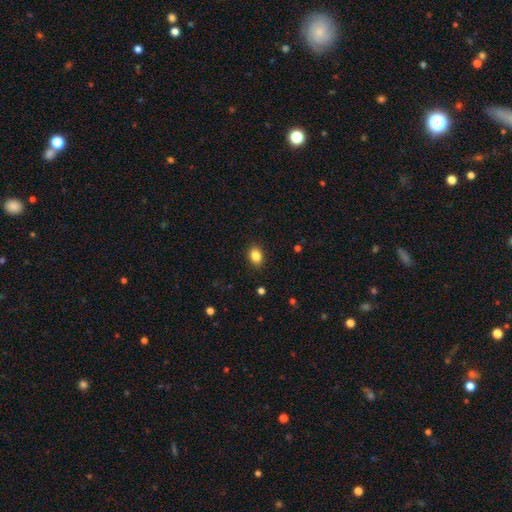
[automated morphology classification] Q: Smooth or featured?
A: smooth (85%); runner-up: star or artifact (10%)
Q: How rounded?
A: in between (66%); runner-up: round (32%)
Q: Merging?
A: none (88%); runner-up: minor disturbance (9%)